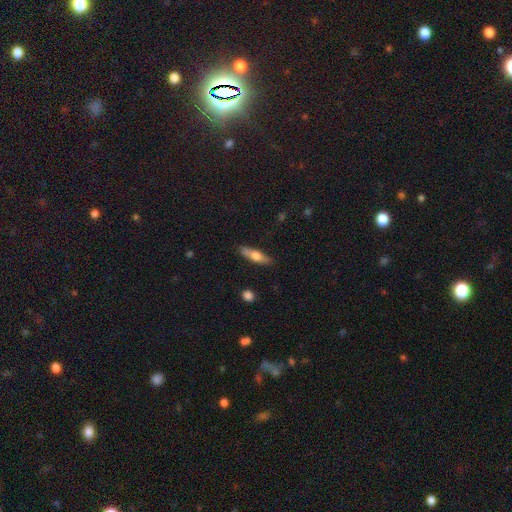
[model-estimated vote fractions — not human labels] Morphology: type=smooth (58%); roundness=cigar-shaped (62%); merging=none (85%).